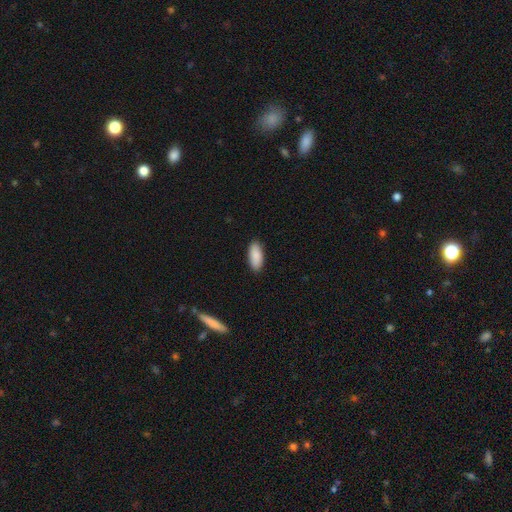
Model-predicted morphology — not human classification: Overall: smooth (90%). How rounded: in between (85%). Merging: none (89%).